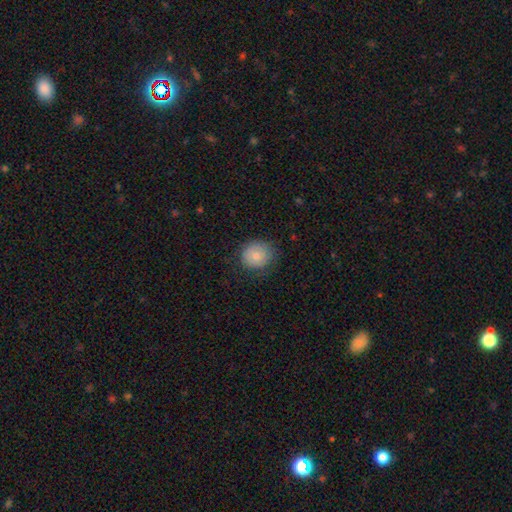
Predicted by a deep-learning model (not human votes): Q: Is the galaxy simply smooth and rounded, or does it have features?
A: smooth — 79%.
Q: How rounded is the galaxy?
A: round — 85%.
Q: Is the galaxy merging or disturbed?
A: none — 76%.